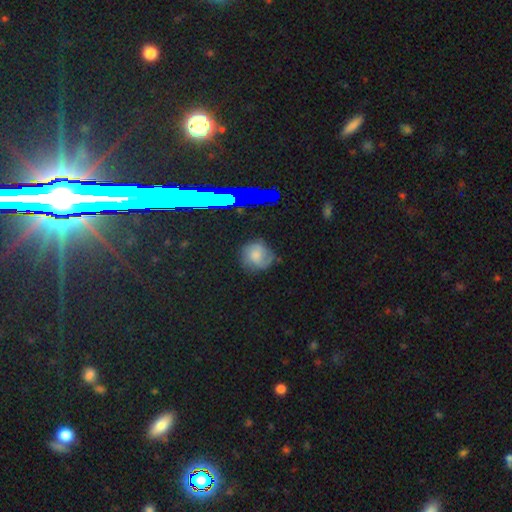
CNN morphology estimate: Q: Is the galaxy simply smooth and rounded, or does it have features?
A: smooth — 54%.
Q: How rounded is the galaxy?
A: round — 80%.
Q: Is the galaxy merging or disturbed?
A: none — 70%.